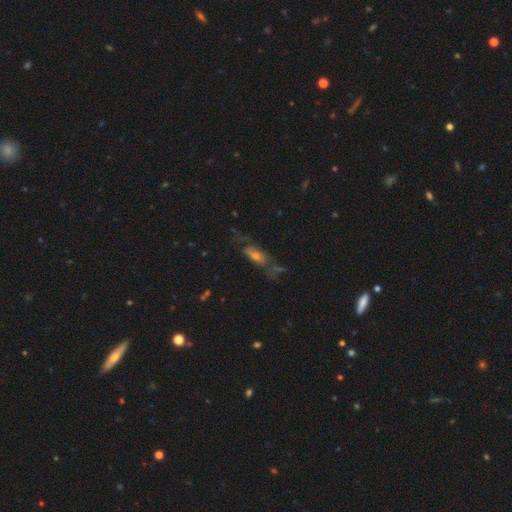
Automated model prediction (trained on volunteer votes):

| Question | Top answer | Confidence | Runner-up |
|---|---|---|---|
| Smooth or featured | featured or disk | 48% | smooth (36%) |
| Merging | none | 50% | major disturbance (23%) |